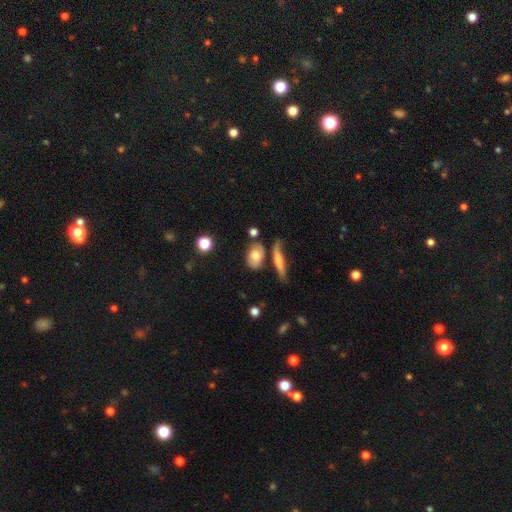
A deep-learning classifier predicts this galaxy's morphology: Overall: smooth (68%). How rounded: in between (76%). Merging: none (59%; minor disturbance 19%).